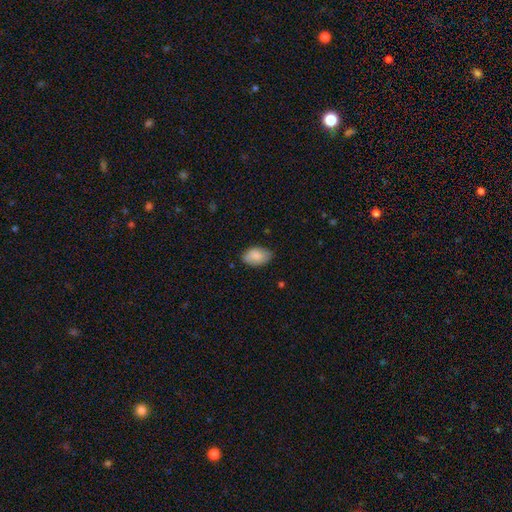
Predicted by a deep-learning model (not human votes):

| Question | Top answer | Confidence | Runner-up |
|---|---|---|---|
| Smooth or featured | smooth | 85% | featured or disk (9%) |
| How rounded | in between | 92% | round (7%) |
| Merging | none | 75% | minor disturbance (20%) |